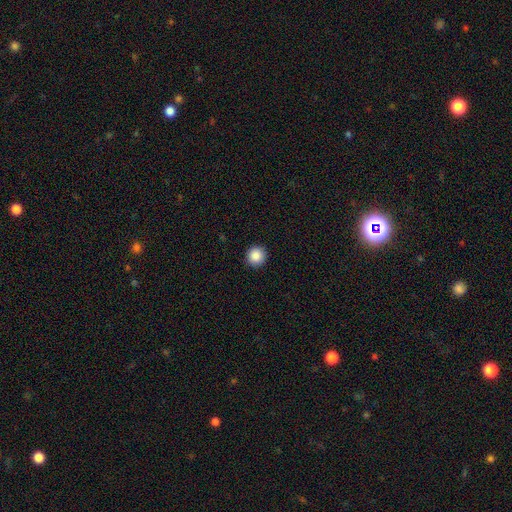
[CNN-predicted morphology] Overall: smooth (88%). How rounded: round (95%). Merging: none (93%).